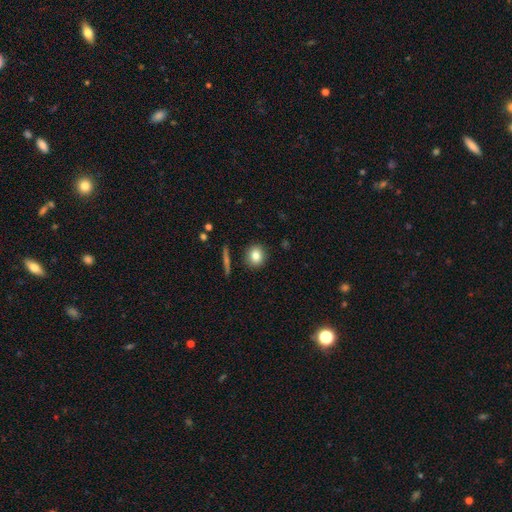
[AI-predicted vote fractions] smooth_or_featured: smooth (p=0.82) [alt: star or artifact p=0.09]
how_rounded: round (p=0.81) [alt: in between p=0.17]
merging: none (p=0.88) [alt: minor disturbance p=0.07]